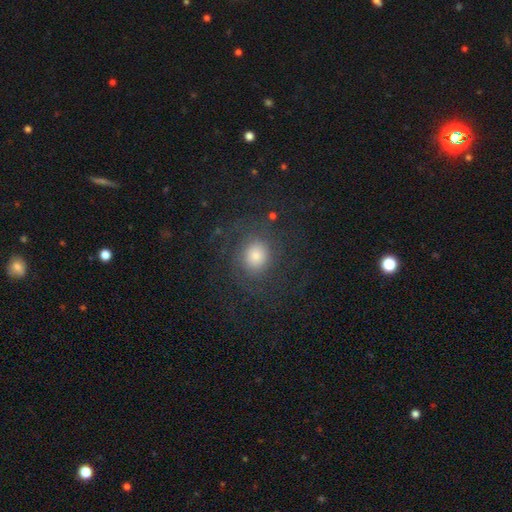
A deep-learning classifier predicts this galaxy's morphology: A featured or disk galaxy (44%). Merging: none (73%).